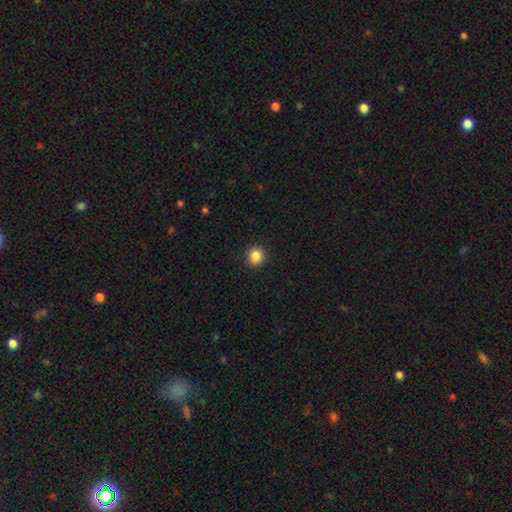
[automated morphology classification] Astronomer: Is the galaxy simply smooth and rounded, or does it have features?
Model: smooth — 86%.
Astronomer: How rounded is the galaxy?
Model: round — 82%.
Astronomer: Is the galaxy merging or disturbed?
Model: none — 89%.